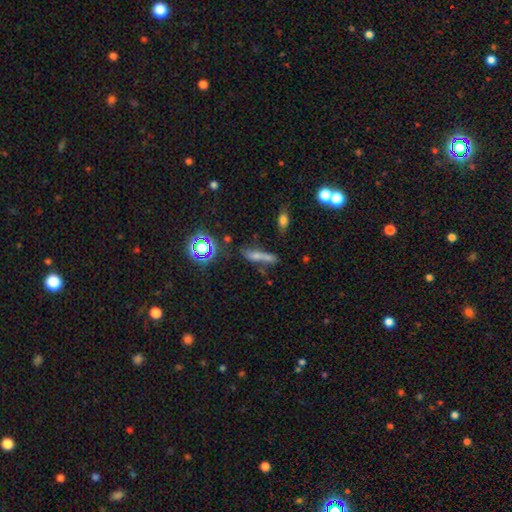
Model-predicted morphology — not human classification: smooth_or_featured: smooth (p=0.44) [alt: featured or disk p=0.30]
merging: none (p=0.53) [alt: merger p=0.19]